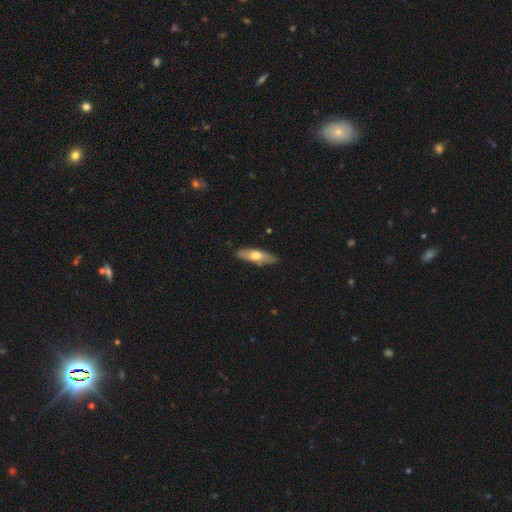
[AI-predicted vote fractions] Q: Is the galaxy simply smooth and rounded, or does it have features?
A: smooth — 56%.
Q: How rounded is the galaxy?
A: cigar-shaped — 53%.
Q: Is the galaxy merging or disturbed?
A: none — 85%.